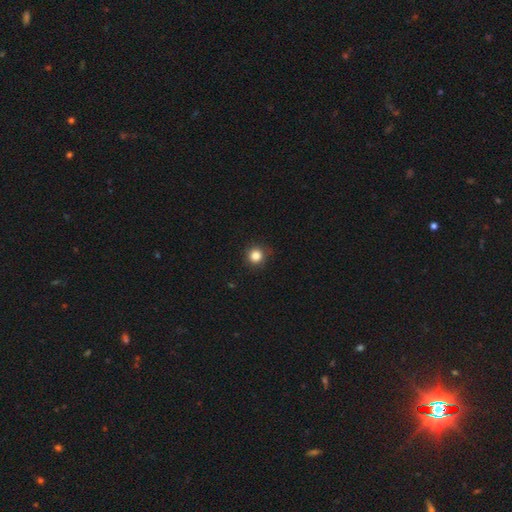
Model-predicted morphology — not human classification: smooth-or-featured: smooth: 85% | star or artifact: 12% | featured or disk: 4%
  how-rounded: round: 94% | in between: 6% | cigar-shaped: 1%
  merging: none: 89% | minor disturbance: 8% | major disturbance: 2% | merger: 1%